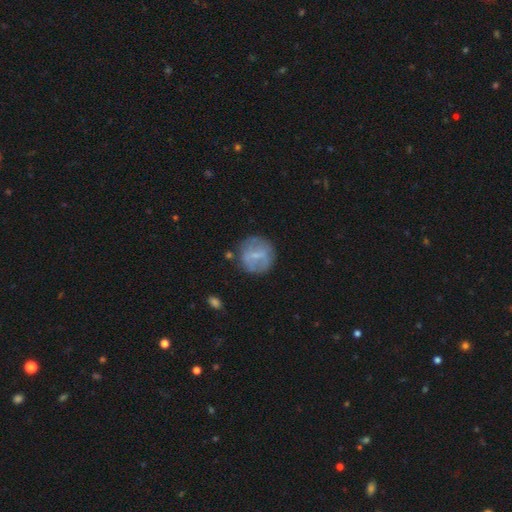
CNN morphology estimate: Smooth or featured?
  - smooth: 50% *
  - featured or disk: 42%
  - star or artifact: 8%
How rounded?
  - round: 88% *
  - in between: 11%
  - cigar-shaped: 1%
Merging?
  - none: 72% *
  - minor disturbance: 17%
  - major disturbance: 7%
  - merger: 3%